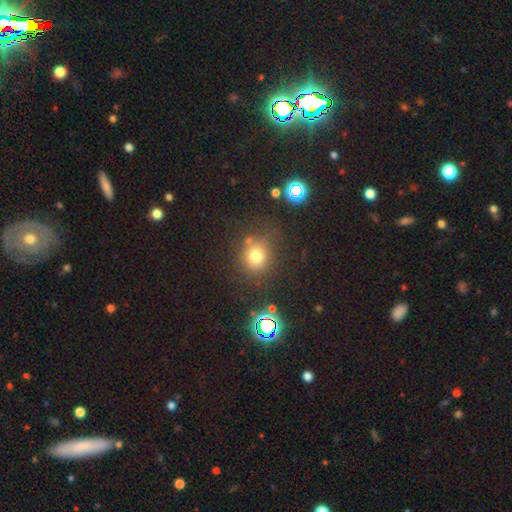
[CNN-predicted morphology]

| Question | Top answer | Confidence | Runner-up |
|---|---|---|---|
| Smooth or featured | smooth | 73% | star or artifact (18%) |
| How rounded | round | 81% | in between (18%) |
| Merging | none | 73% | minor disturbance (14%) |